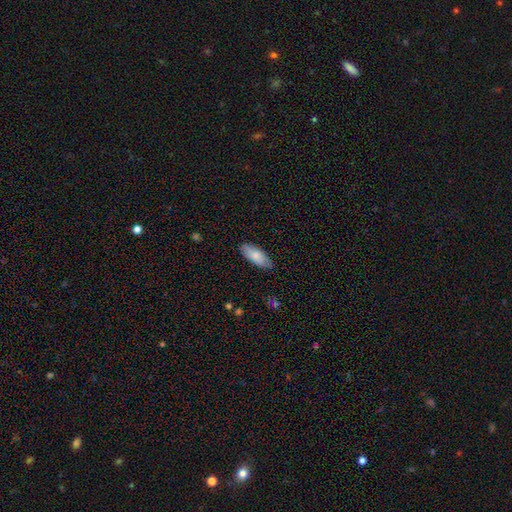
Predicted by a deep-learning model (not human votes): A smooth galaxy with no disk features (81%) that is in between round and cigar-shaped (80%).

Vote fractions:
- Smooth or featured? smooth: 81% / featured or disk: 13% / star or artifact: 6%
- How rounded? in between: 80% / cigar-shaped: 18% / round: 2%
- Merging? none: 84% / minor disturbance: 13% / major disturbance: 2% / merger: 1%